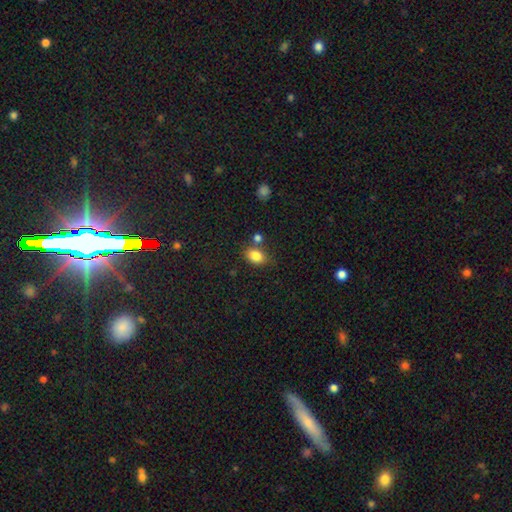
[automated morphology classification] This is clearly a smooth galaxy (84%). How rounded: likely in between (71%). Merging: likely none (67%).